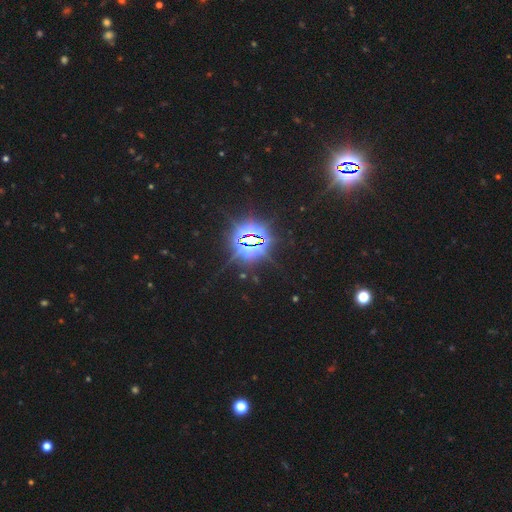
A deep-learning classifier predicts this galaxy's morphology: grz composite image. It shows a star or artifact, not a galaxy (84%).